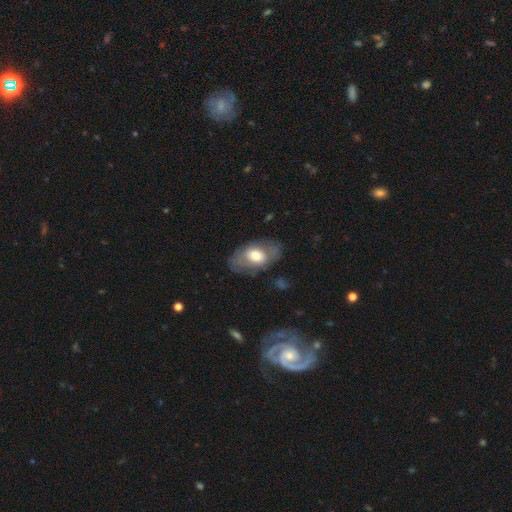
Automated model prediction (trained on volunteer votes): Q: Smooth or featured?
A: smooth (56%); runner-up: featured or disk (37%)
Q: How rounded?
A: in between (89%); runner-up: round (9%)
Q: Merging?
A: none (71%); runner-up: minor disturbance (18%)